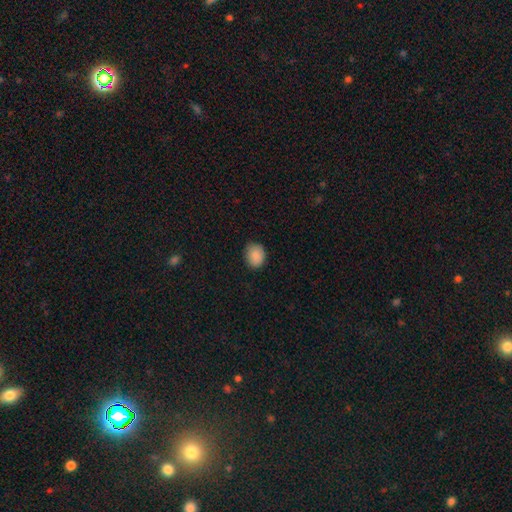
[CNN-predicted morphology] A smooth galaxy with no disk features (88%) that is round (55%). Merging: none (82%).